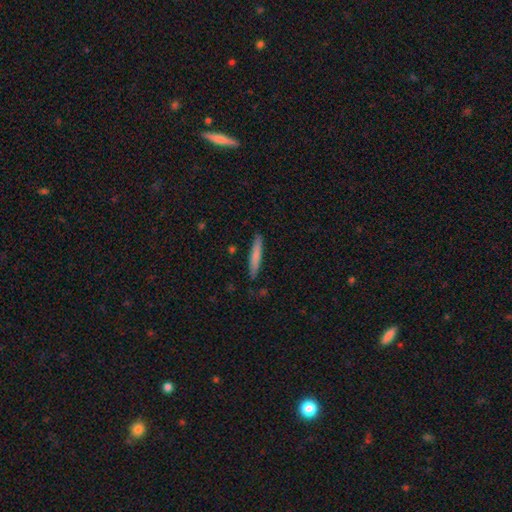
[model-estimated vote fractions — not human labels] This is likely a smooth galaxy (74%). How rounded: clearly cigar-shaped (94%). Merging: clearly none (87%).